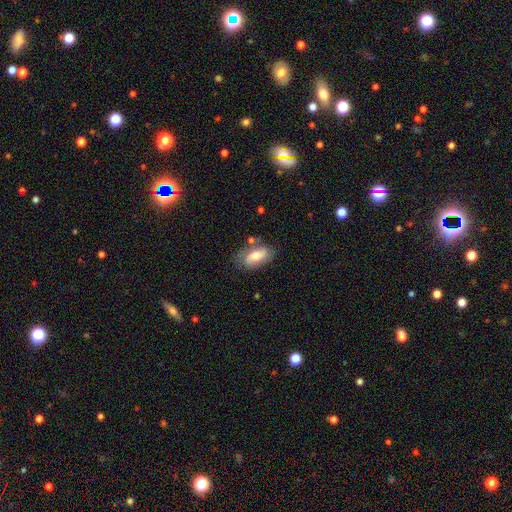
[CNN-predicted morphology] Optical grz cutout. It shows a featured or disk galaxy (48%). Merging: none (69%).